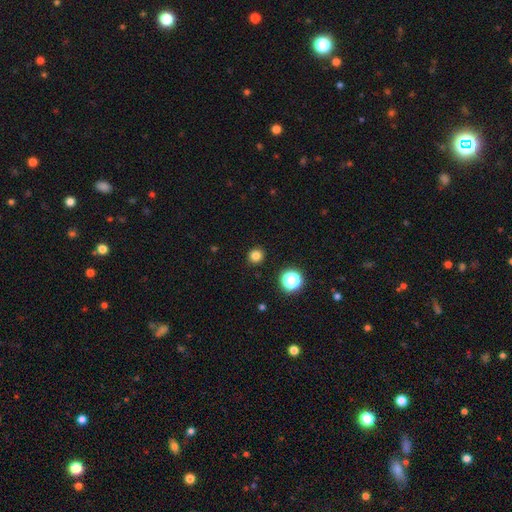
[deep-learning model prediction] The model was most divided on "smooth or featured": smooth: 81%, star or artifact: 15%, featured or disk: 5%. More confident: how rounded — round (93%); merging — none (92%).